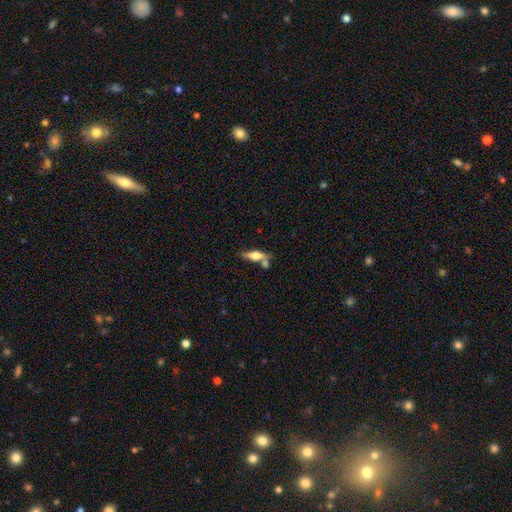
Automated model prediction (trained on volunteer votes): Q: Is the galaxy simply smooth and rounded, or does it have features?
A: smooth — 47%.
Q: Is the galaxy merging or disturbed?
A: none — 56%.